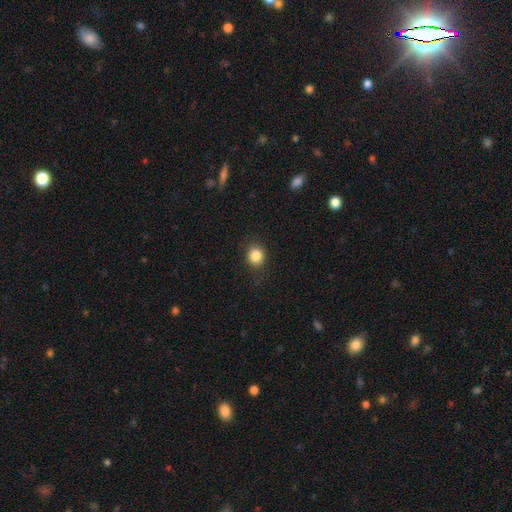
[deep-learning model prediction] Smooth or featured: smooth — 85% (star or artifact — 11%)
How rounded: round — 82% (in between — 17%)
Merging: none — 87% (minor disturbance — 9%)